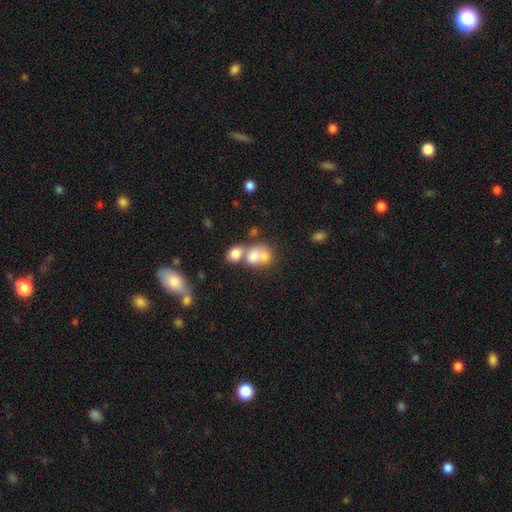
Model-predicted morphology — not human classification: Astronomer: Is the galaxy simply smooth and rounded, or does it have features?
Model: smooth — 69%.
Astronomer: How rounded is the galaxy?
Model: round — 50% (runner-up: in between, 49%).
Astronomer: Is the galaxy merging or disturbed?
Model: merger — 64%.